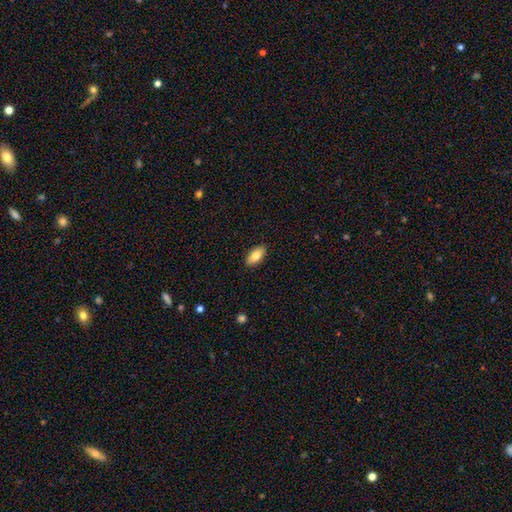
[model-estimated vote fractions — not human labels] The model was most divided on "smooth or featured": smooth: 81%, featured or disk: 13%, star or artifact: 7%. More confident: how rounded — in between (91%); merging — none (89%).